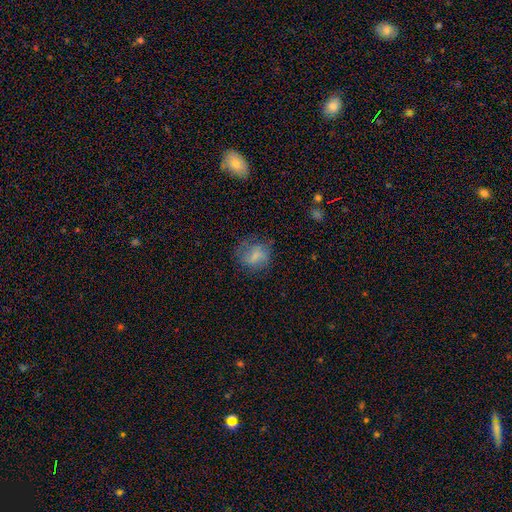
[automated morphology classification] type=smooth (60%); roundness=round (70%); merging=none (60%).